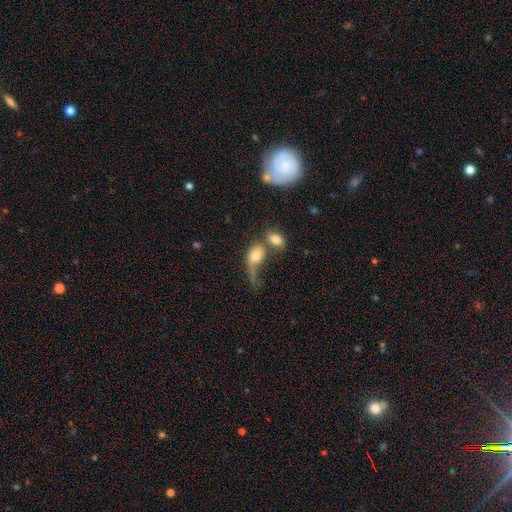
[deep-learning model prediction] smooth_or_featured: smooth (p=0.70) [alt: featured or disk p=0.21]
how_rounded: in between (p=0.69) [alt: round p=0.24]
merging: merger (p=0.47) [alt: major disturbance p=0.24]